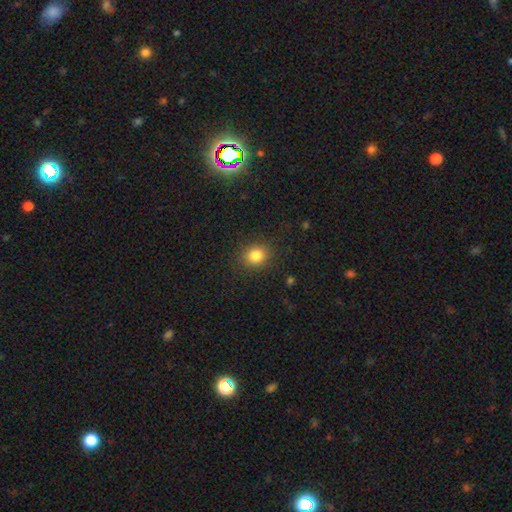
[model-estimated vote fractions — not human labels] The model was most divided on "how rounded": round: 69%, in between: 30%, cigar-shaped: 1%. More confident: merging — none (88%); smooth or featured — smooth (82%).